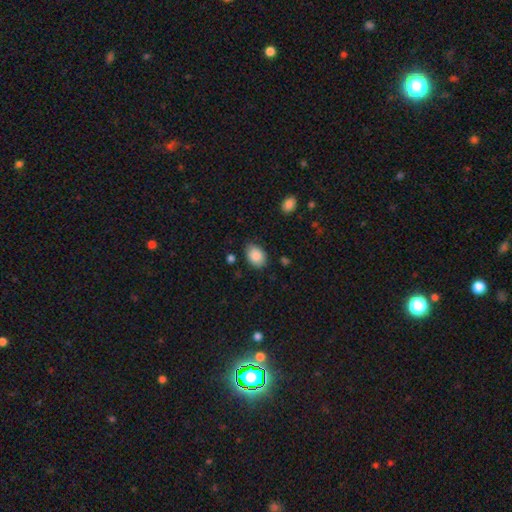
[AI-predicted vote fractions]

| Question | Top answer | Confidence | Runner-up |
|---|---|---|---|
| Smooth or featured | smooth | 88% | star or artifact (7%) |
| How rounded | in between | 75% | round (24%) |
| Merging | none | 75% | minor disturbance (19%) |